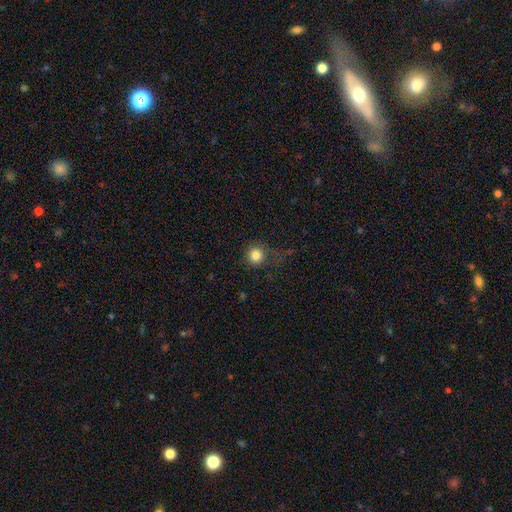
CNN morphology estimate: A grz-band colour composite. It shows a smooth galaxy with no disk features (83%) that is round (93%). Merging: none (75%).